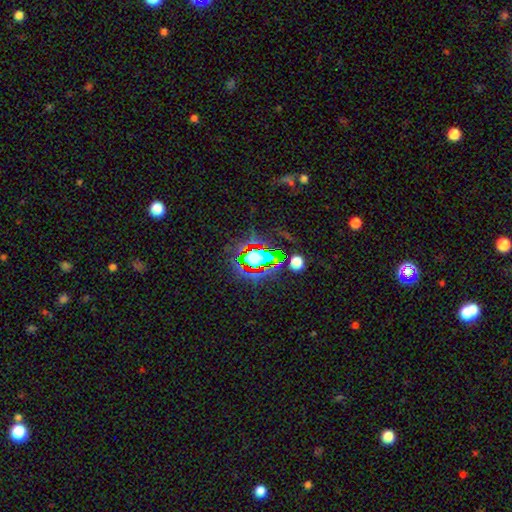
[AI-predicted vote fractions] A star or artifact, not a galaxy (58%).